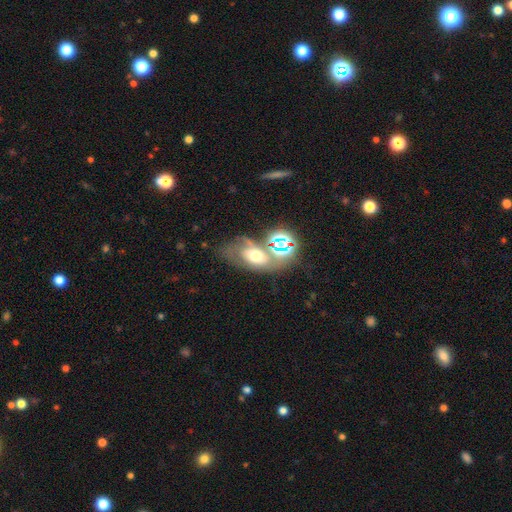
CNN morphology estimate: smooth-or-featured: featured or disk: 37% | smooth: 36% | star or artifact: 27%
  merging: none: 37% | merger: 24% | major disturbance: 21% | minor disturbance: 19%